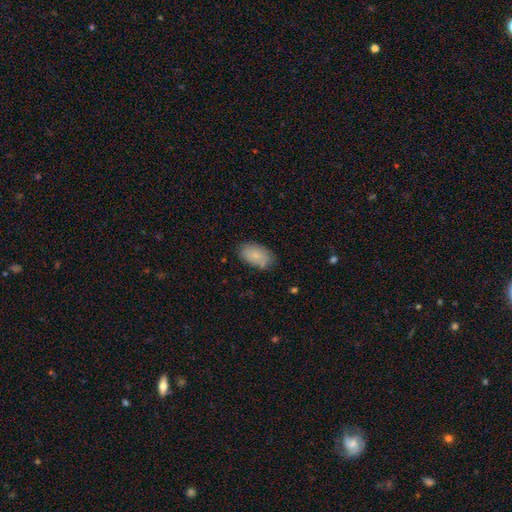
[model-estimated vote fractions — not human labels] smooth-or-featured: smooth: 81% | featured or disk: 12% | star or artifact: 7%
  how-rounded: in between: 93% | round: 5% | cigar-shaped: 2%
  merging: none: 79% | minor disturbance: 16% | major disturbance: 3% | merger: 2%